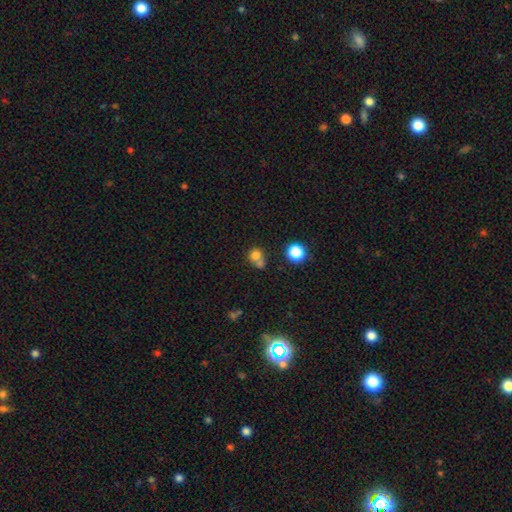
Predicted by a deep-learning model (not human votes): smooth 74%, star or artifact 14%, featured or disk 11%. Down the decision tree: how rounded — round (80%); merging — merger (44%).